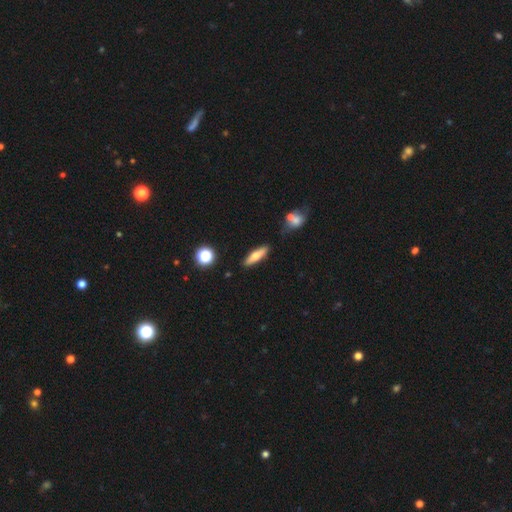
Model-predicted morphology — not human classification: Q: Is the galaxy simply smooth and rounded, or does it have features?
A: smooth — 52%.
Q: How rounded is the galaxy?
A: cigar-shaped — 64%.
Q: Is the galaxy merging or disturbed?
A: none — 84%.